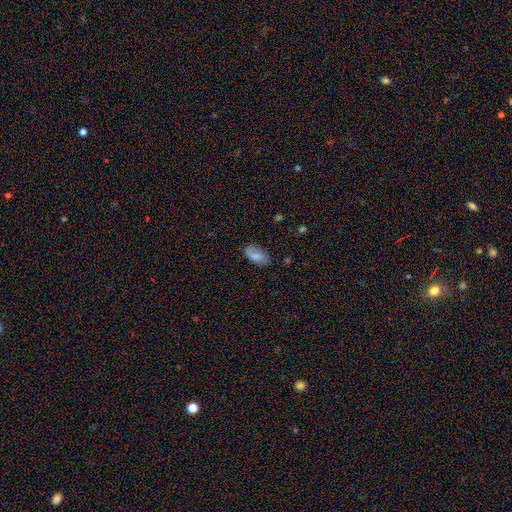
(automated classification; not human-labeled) smooth-or-featured: smooth: 72% | featured or disk: 19% | star or artifact: 9%
  how-rounded: in between: 93% | round: 4% | cigar-shaped: 4%
  merging: none: 74% | minor disturbance: 19% | major disturbance: 5% | merger: 2%